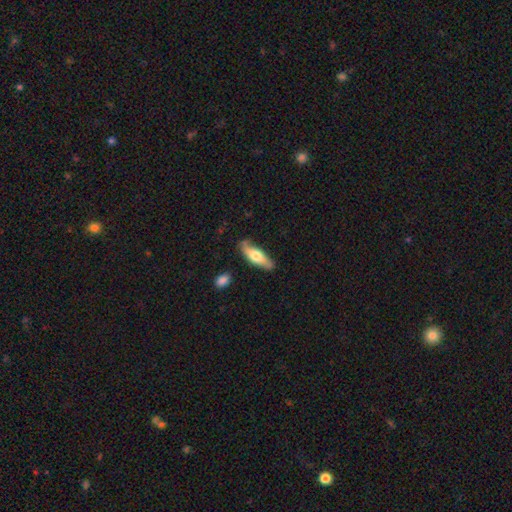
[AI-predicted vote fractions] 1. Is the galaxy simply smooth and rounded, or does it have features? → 60% smooth, 35% featured or disk, 5% star or artifact.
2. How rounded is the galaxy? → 53% in between, 45% cigar-shaped, 2% round.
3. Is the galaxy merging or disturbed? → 74% none, 20% minor disturbance, 4% major disturbance, 3% merger.